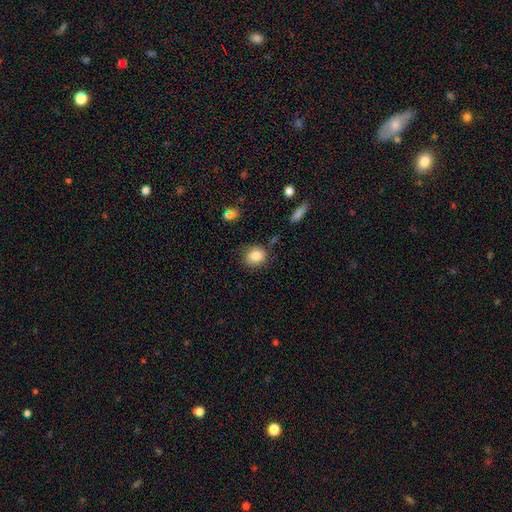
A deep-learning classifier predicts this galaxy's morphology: The model was most divided on "how rounded": round: 72%, in between: 27%, cigar-shaped: 1%. More confident: smooth or featured — smooth (84%); merging — none (81%).